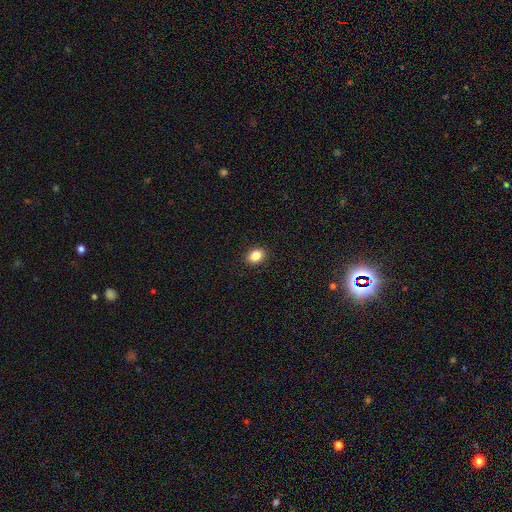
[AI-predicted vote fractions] Smooth or featured?
  - smooth: 85% *
  - star or artifact: 10%
  - featured or disk: 5%
How rounded?
  - in between: 62% *
  - round: 37%
  - cigar-shaped: 1%
Merging?
  - none: 91% *
  - minor disturbance: 7%
  - major disturbance: 2%
  - merger: 1%